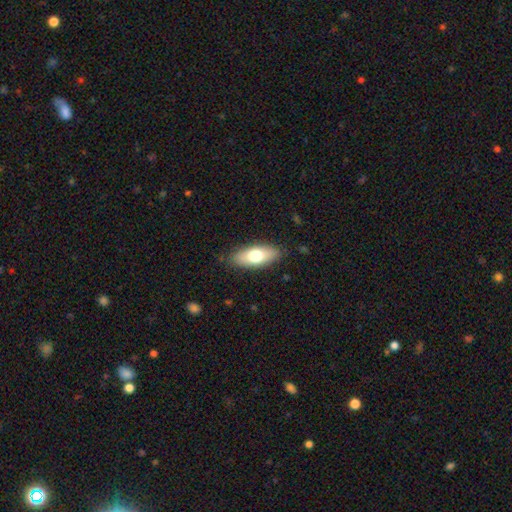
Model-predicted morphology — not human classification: Smooth or featured: smooth — 71% (featured or disk — 23%)
How rounded: in between — 79% (cigar-shaped — 18%)
Merging: none — 85% (minor disturbance — 11%)